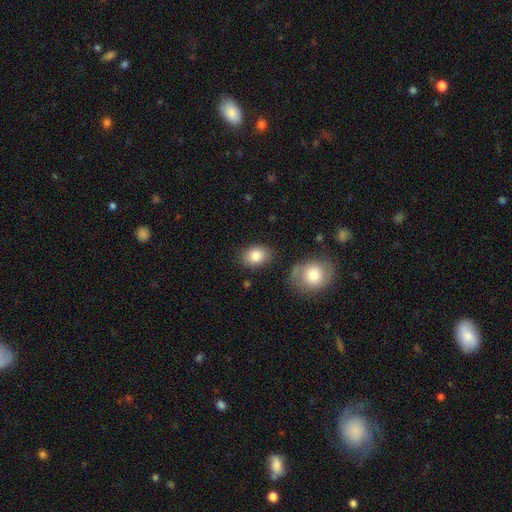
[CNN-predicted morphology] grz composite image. It shows a smooth galaxy with no disk features (84%) that is in between round and cigar-shaped (75%). Merging: none (81%).